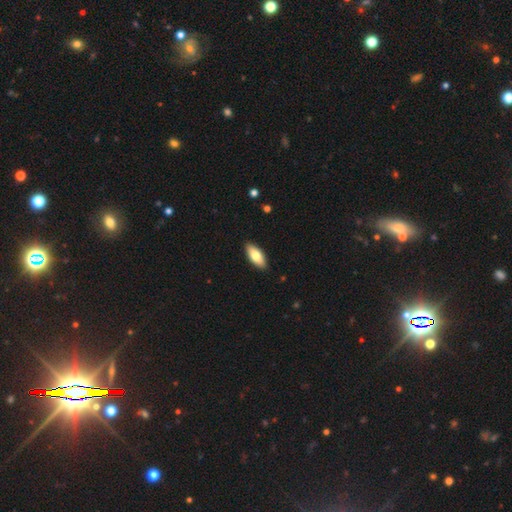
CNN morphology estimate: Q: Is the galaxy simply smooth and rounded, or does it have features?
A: smooth — 76%.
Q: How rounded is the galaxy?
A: in between — 83%.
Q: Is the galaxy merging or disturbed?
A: none — 90%.